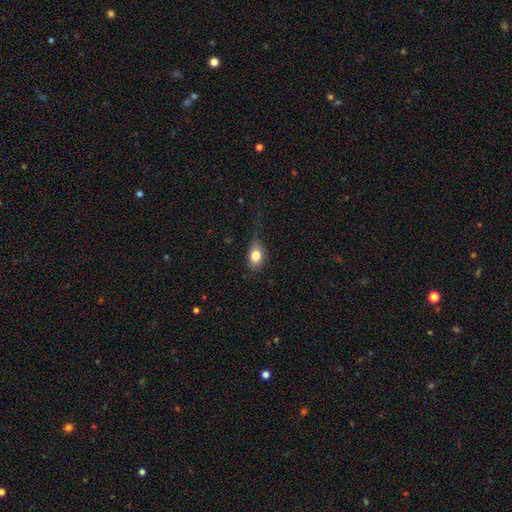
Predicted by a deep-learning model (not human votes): Q: Smooth or featured?
A: smooth (80%); runner-up: featured or disk (11%)
Q: How rounded?
A: in between (70%); runner-up: round (27%)
Q: Merging?
A: none (55%); runner-up: minor disturbance (30%)